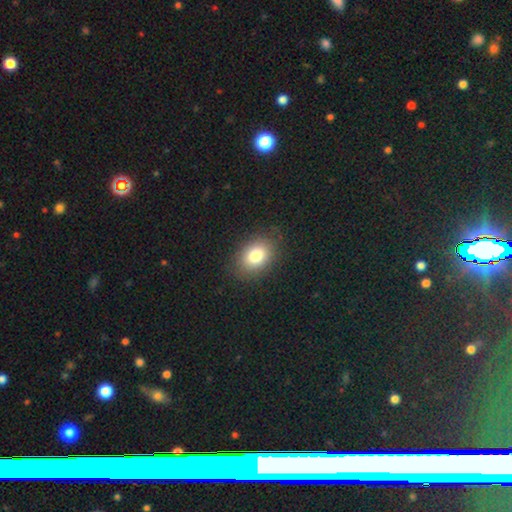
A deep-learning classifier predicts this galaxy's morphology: Smooth or featured: smooth — 81% (star or artifact — 10%)
How rounded: in between — 75% (round — 24%)
Merging: none — 84% (minor disturbance — 11%)